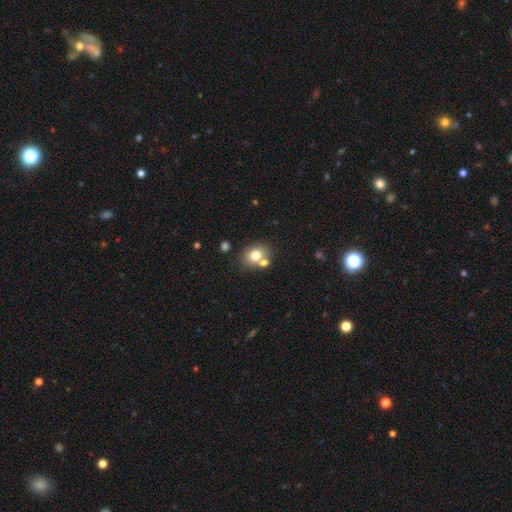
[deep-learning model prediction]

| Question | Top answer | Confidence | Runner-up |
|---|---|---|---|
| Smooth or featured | smooth | 76% | featured or disk (13%) |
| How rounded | round | 60% | in between (40%) |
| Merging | none | 58% | merger (27%) |